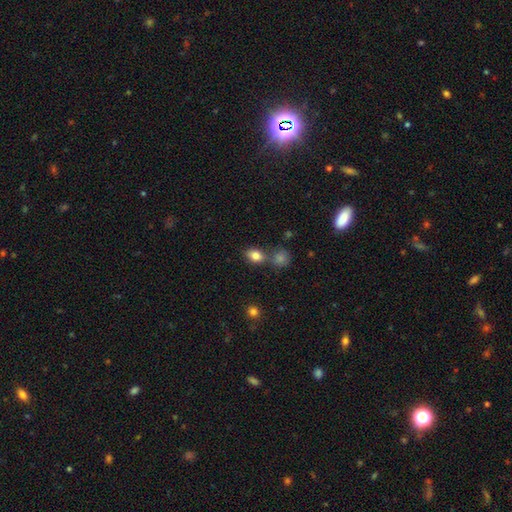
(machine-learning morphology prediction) Smooth or featured? Predicted: smooth (p=0.82). How rounded? Predicted: in between (p=0.72). Merging? Predicted: none (p=0.61).